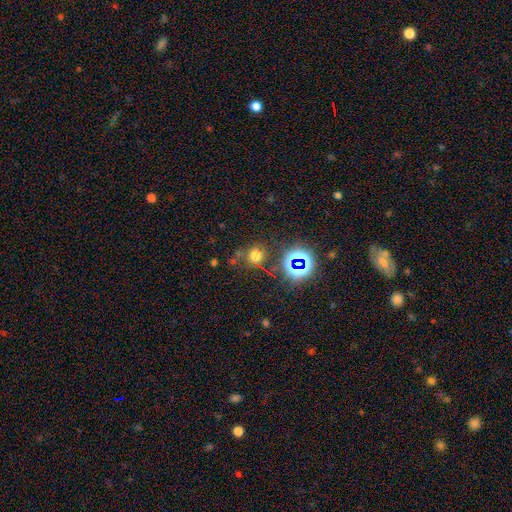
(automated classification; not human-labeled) This is possibly a smooth galaxy (58%). How rounded: clearly round (86%). Merging: likely none (72%).